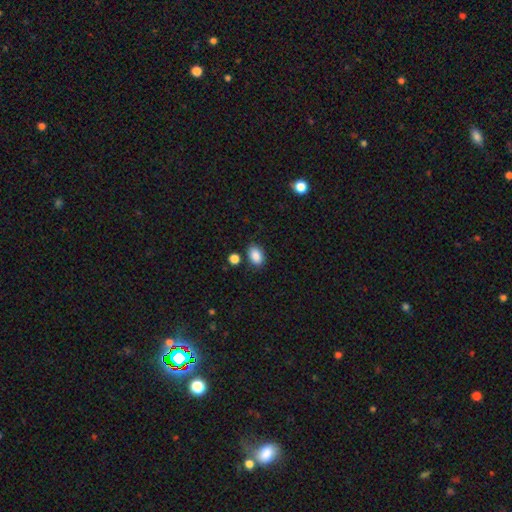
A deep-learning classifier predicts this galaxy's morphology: A smooth galaxy with no disk features (88%) that is in between round and cigar-shaped (83%). Merging: none (80%).